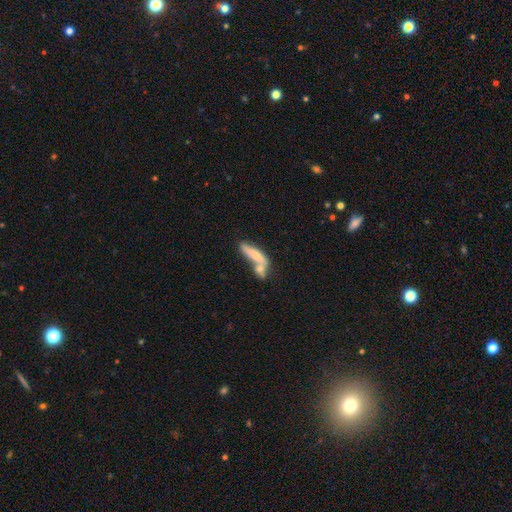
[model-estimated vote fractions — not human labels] smooth 65%, featured or disk 28%, star or artifact 7%. Down the decision tree: how rounded — cigar-shaped (65%); merging — merger (55%).